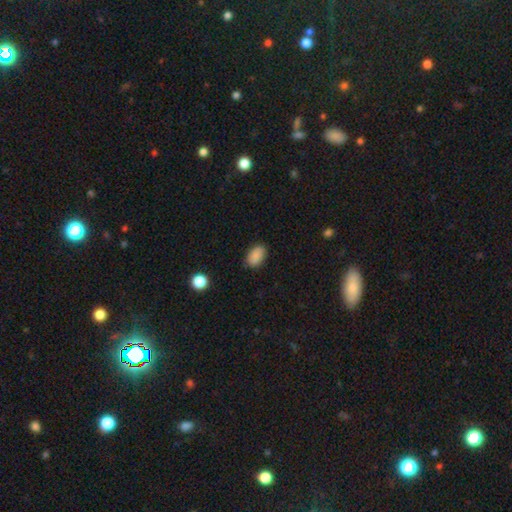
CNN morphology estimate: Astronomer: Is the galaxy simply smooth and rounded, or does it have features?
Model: smooth — 89%.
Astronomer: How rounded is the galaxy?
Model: in between — 91%.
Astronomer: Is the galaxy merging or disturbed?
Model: none — 84%.